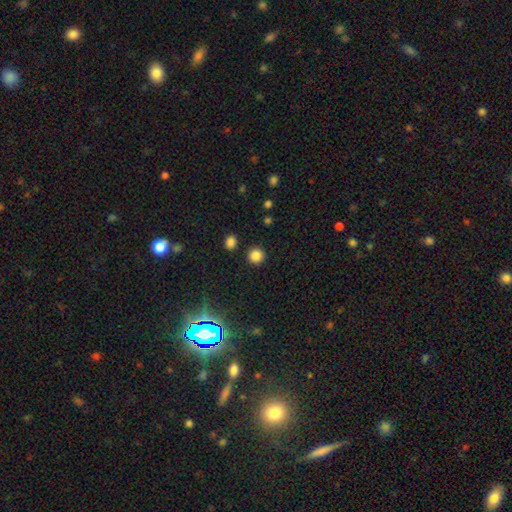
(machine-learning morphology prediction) A smooth galaxy with no disk features (83%) that is round (93%).

Vote fractions:
- Smooth or featured? smooth: 83% / star or artifact: 13% / featured or disk: 4%
- How rounded? round: 93% / in between: 6% / cigar-shaped: 1%
- Merging? none: 90% / minor disturbance: 5% / merger: 3% / major disturbance: 2%